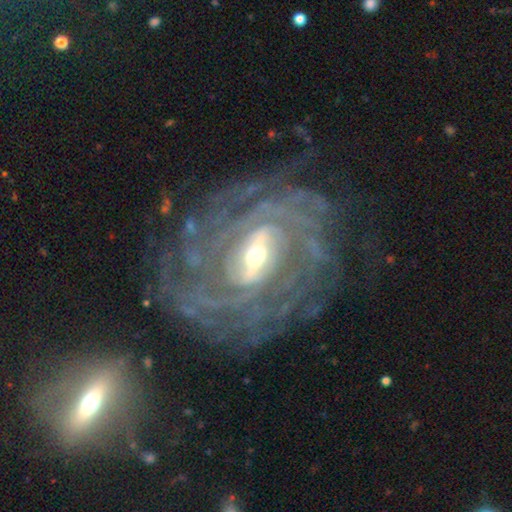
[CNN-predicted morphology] smooth_or_featured: featured or disk (p=0.91) [alt: star or artifact p=0.05]
disk_edge_on: no (p=0.96) [alt: yes p=0.04]
bar: strong (p=0.49) [alt: weak p=0.39]
has_spiral_arms: yes (p=0.97) [alt: no p=0.03]
spiral_winding: tight (p=0.76) [alt: medium p=0.19]
spiral_arm_count: can't tell (p=0.31) [alt: 4 p=0.20]
bulge_size: small (p=0.48) [alt: moderate p=0.46]
merging: none (p=0.73) [alt: minor disturbance p=0.15]